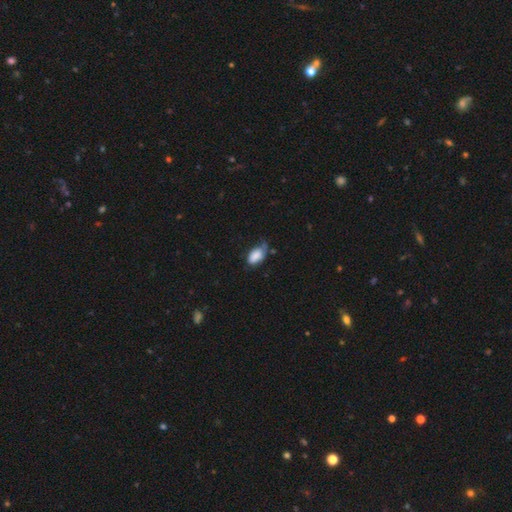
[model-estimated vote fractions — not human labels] Smooth or featured?
  - smooth: 82% *
  - featured or disk: 10%
  - star or artifact: 8%
How rounded?
  - in between: 91% *
  - round: 6%
  - cigar-shaped: 2%
Merging?
  - none: 41% *
  - minor disturbance: 39%
  - major disturbance: 14%
  - merger: 6%